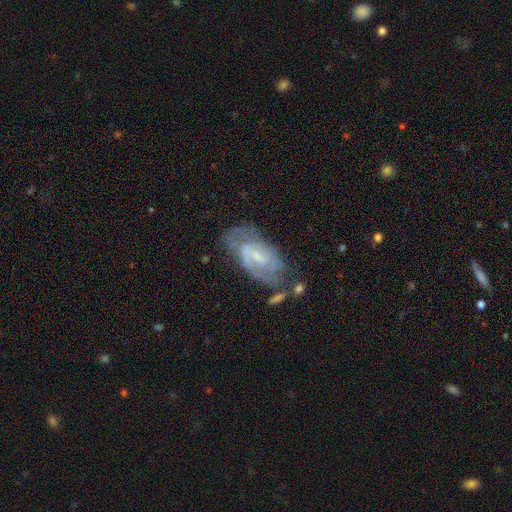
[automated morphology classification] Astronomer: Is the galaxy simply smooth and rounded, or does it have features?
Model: featured or disk — 75%.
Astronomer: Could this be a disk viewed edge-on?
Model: no — 94%.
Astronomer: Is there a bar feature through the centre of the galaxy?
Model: weak — 57%.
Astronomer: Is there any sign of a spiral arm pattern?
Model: yes — 85%.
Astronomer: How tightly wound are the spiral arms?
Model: medium — 43% (runner-up: tight, 41%).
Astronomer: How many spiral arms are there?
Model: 2 — 57%.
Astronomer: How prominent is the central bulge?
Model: small — 55%.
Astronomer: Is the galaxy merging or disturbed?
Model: none — 50% (runner-up: minor disturbance, 26%).